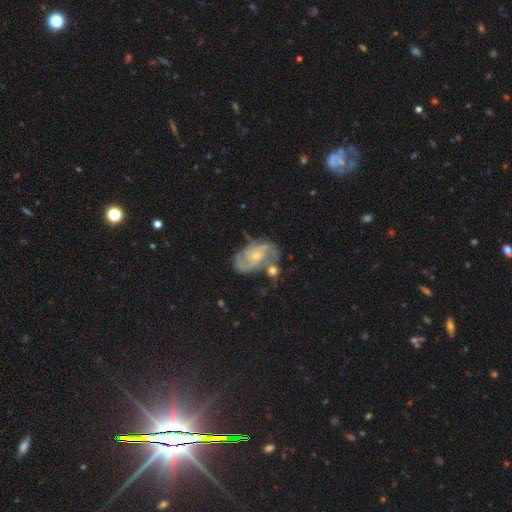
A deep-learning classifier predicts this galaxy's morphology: Q: Smooth or featured?
A: featured or disk (84%); runner-up: smooth (10%)
Q: Edge-on disk?
A: no (97%); runner-up: yes (3%)
Q: Bar?
A: no (62%); runner-up: weak (32%)
Q: Spiral arms?
A: yes (93%); runner-up: no (7%)
Q: Spiral winding?
A: medium (48%); runner-up: tight (33%)
Q: Spiral arm count?
A: 2 (53%); runner-up: 3 (18%)
Q: Bulge size?
A: small (67%); runner-up: moderate (27%)
Q: Merging?
A: none (45%); runner-up: minor disturbance (21%)